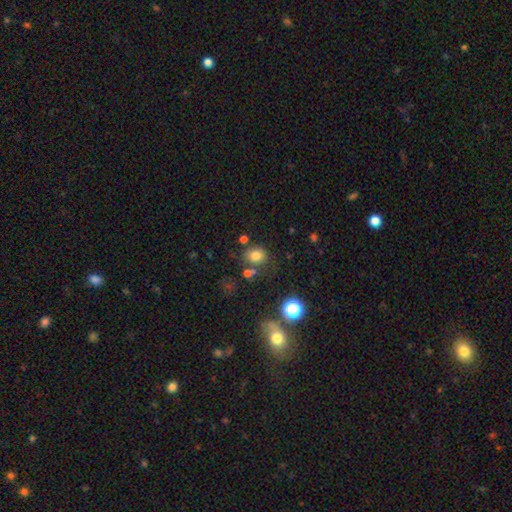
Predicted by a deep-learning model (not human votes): smooth-or-featured: smooth: 76% | star or artifact: 16% | featured or disk: 8%
  how-rounded: round: 66% | in between: 33% | cigar-shaped: 1%
  merging: none: 70% | minor disturbance: 14% | merger: 11% | major disturbance: 5%